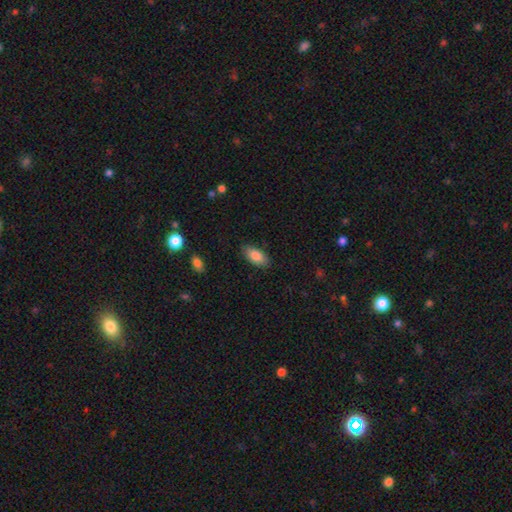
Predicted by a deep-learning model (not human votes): Overall: smooth (86%). How rounded: in between (90%). Merging: none (85%).